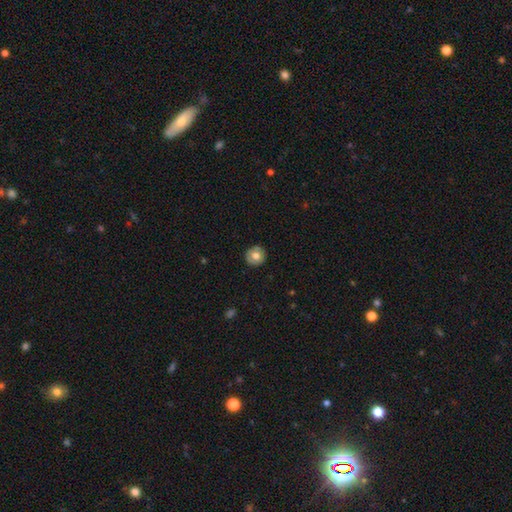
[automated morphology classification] Smooth or featured?
  - smooth: 67% *
  - featured or disk: 26%
  - star or artifact: 7%
How rounded?
  - round: 91% *
  - in between: 8%
  - cigar-shaped: 1%
Merging?
  - none: 88% *
  - minor disturbance: 9%
  - major disturbance: 2%
  - merger: 1%